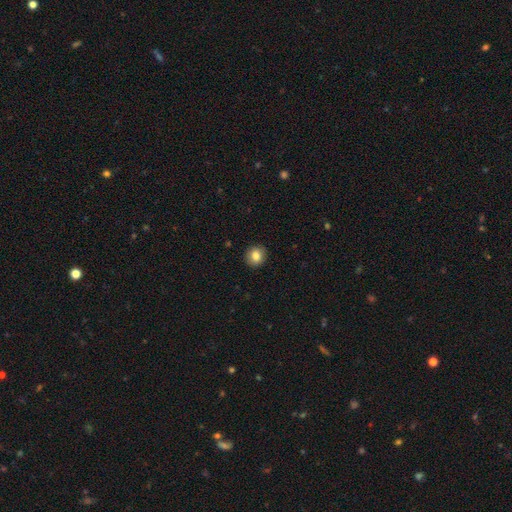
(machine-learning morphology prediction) smooth-or-featured: smooth: 83% | star or artifact: 9% | featured or disk: 8%
  how-rounded: round: 87% | in between: 12% | cigar-shaped: 1%
  merging: none: 91% | minor disturbance: 6% | major disturbance: 2% | merger: 1%